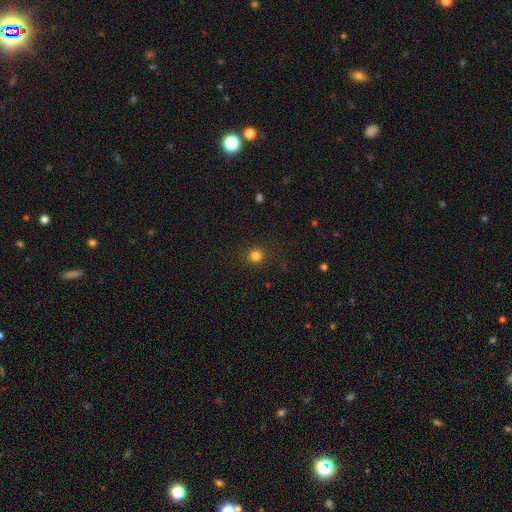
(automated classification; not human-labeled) Morphology: type=smooth (81%); roundness=round (93%); merging=none (90%).